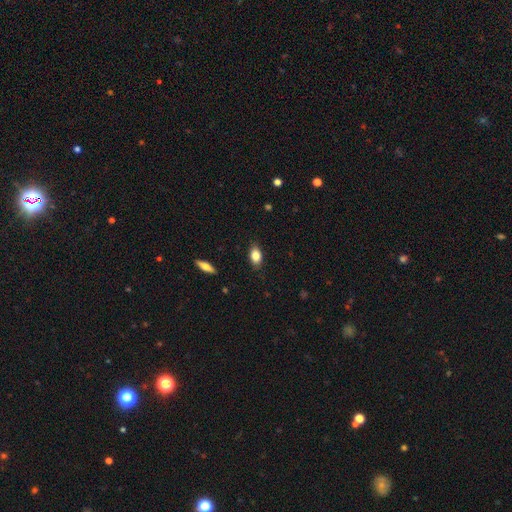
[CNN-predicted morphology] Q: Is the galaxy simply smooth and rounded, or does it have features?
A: smooth — 82%.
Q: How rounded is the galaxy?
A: in between — 86%.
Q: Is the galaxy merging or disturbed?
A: none — 84%.